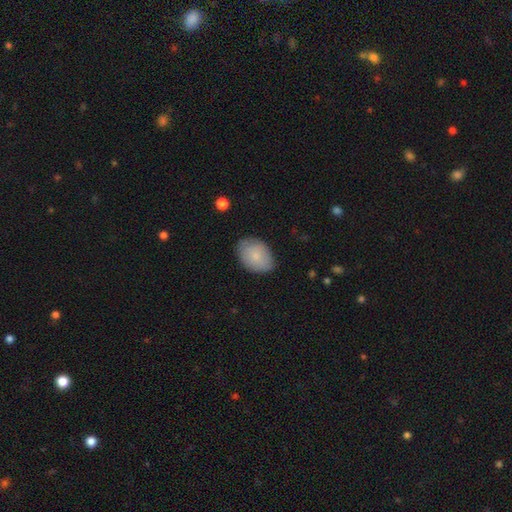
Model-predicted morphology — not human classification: Smooth or featured? smooth (81%)
How rounded? in between (82%)
Merging? none (77%)